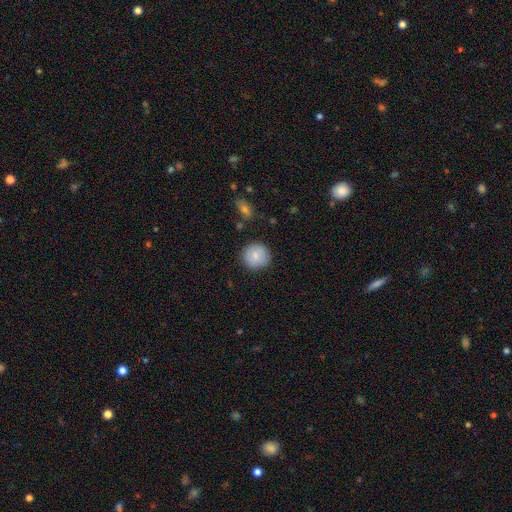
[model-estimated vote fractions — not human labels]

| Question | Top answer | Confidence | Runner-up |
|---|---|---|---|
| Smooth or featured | smooth | 81% | featured or disk (12%) |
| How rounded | round | 93% | in between (6%) |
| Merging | none | 86% | minor disturbance (10%) |